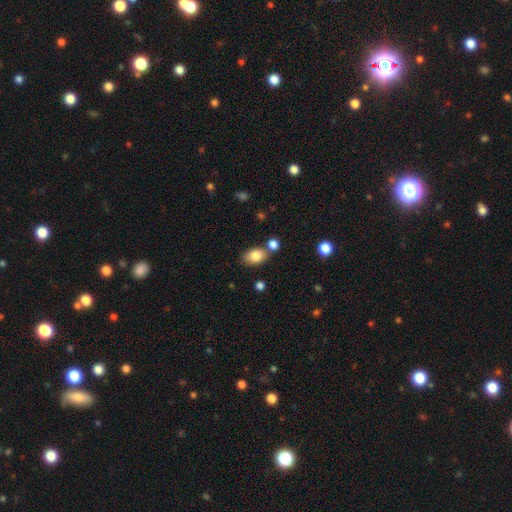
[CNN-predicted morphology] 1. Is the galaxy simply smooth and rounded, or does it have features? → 82% smooth, 9% featured or disk, 8% star or artifact.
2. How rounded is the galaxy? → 84% in between, 14% round, 2% cigar-shaped.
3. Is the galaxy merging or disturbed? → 69% none, 15% merger, 13% minor disturbance, 3% major disturbance.